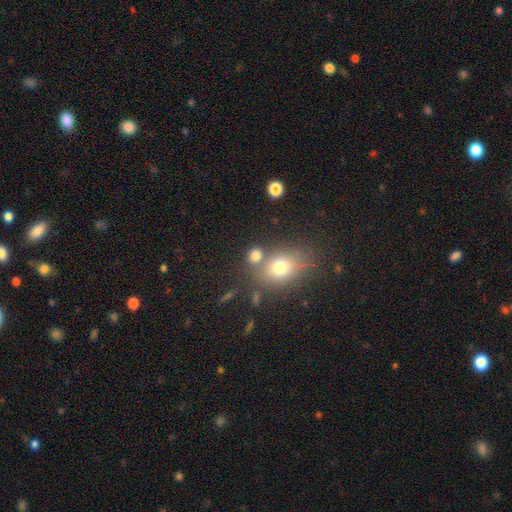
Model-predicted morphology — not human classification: smooth-or-featured: smooth: 76% | star or artifact: 14% | featured or disk: 9%
  how-rounded: round: 58% | in between: 40% | cigar-shaped: 2%
  merging: none: 60% | merger: 24% | minor disturbance: 11% | major disturbance: 5%